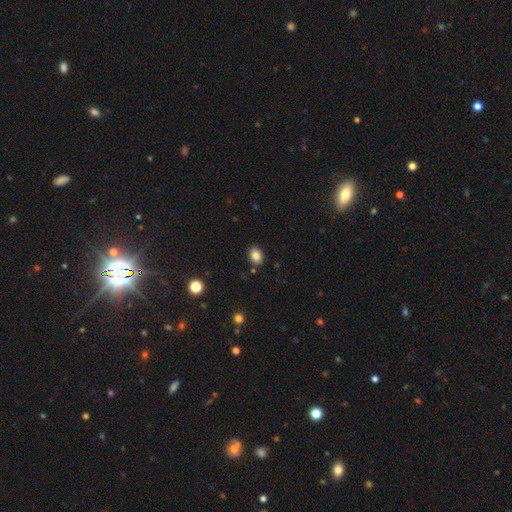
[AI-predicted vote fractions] smooth 85%, star or artifact 10%, featured or disk 5%. Down the decision tree: how rounded — in between (64%); merging — none (86%).